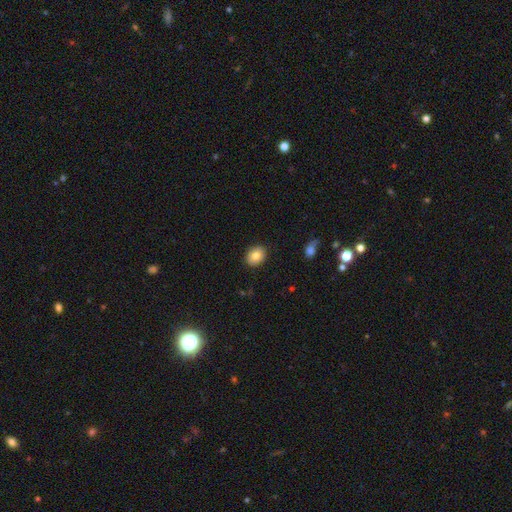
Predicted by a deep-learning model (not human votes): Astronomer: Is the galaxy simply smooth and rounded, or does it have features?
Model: smooth — 82%.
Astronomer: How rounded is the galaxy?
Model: round — 53% (runner-up: in between, 46%).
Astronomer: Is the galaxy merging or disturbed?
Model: none — 89%.